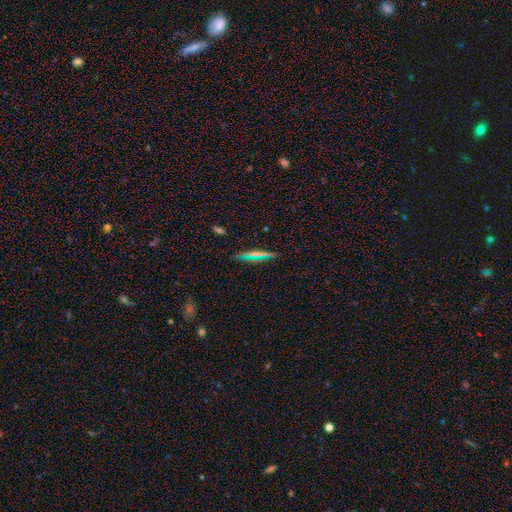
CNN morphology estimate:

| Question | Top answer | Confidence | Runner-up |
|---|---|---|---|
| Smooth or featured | smooth | 52% | featured or disk (25%) |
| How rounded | cigar-shaped | 67% | in between (28%) |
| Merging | none | 82% | minor disturbance (12%) |